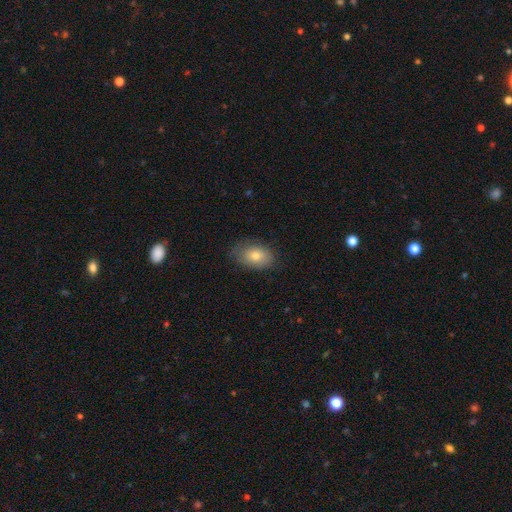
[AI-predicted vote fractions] Q: Smooth or featured?
A: smooth (75%); runner-up: featured or disk (17%)
Q: How rounded?
A: in between (85%); runner-up: round (13%)
Q: Merging?
A: none (76%); runner-up: minor disturbance (19%)